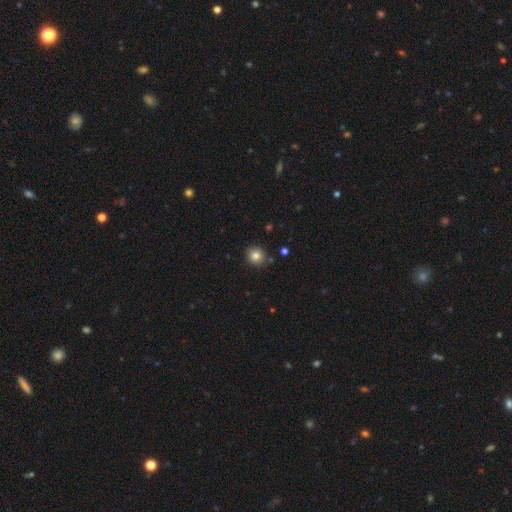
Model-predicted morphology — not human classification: smooth 82%, star or artifact 11%, featured or disk 6%. Down the decision tree: how rounded — round (88%); merging — none (87%).